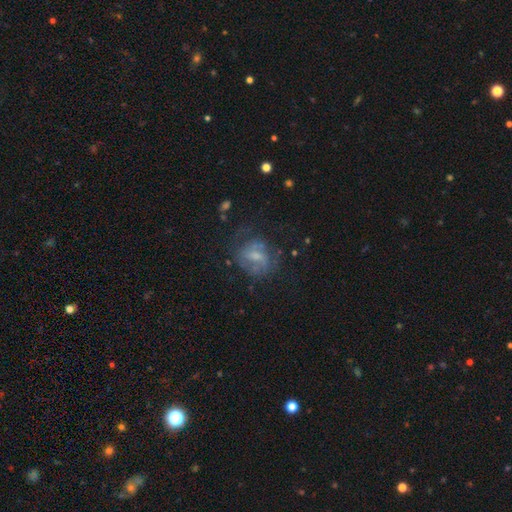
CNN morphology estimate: This appears to be a featured or disk galaxy (54%) with a weak bar (47%), spiral arms (59%) and a moderate central bulge (39%). Merging: none (52%).